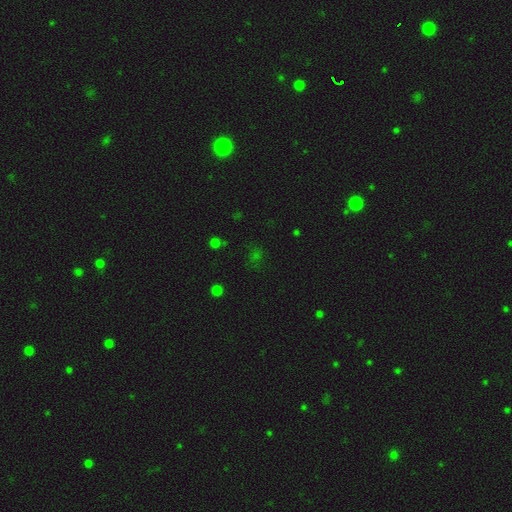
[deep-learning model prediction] smooth_or_featured: star or artifact (p=0.55) [alt: smooth p=0.35]